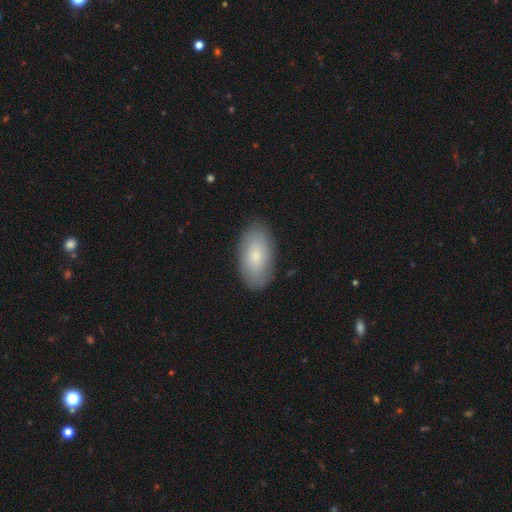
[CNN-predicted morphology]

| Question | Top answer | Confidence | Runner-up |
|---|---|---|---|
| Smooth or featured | smooth | 78% | featured or disk (16%) |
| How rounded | in between | 94% | round (3%) |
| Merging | none | 86% | minor disturbance (11%) |